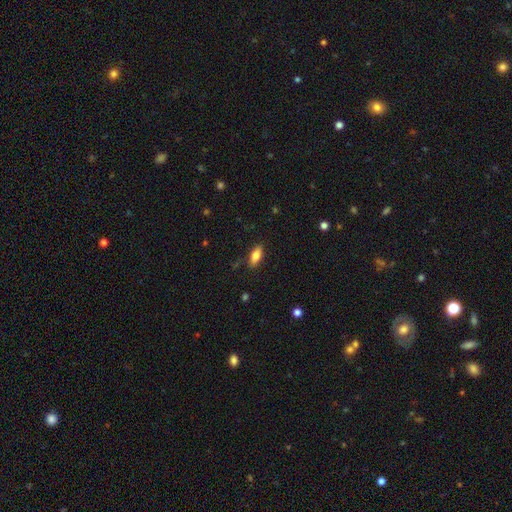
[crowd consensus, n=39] smooth 64%, featured or disk 31%, star or artifact 5%. Down the decision tree: how rounded — in between (52%); merging — none (84%).